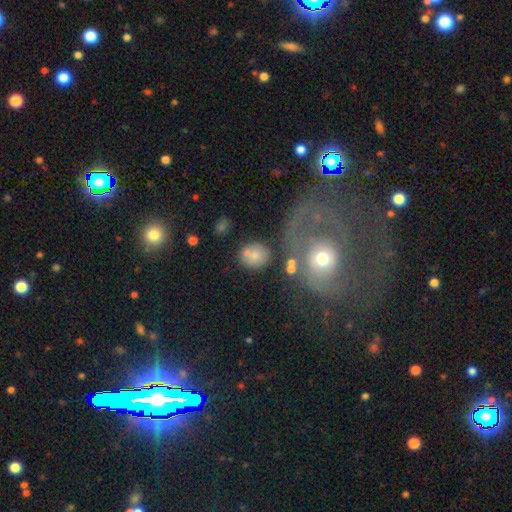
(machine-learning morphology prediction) Smooth or featured: smooth — 74% (featured or disk — 16%)
How rounded: round — 73% (in between — 25%)
Merging: none — 61% (merger — 17%)